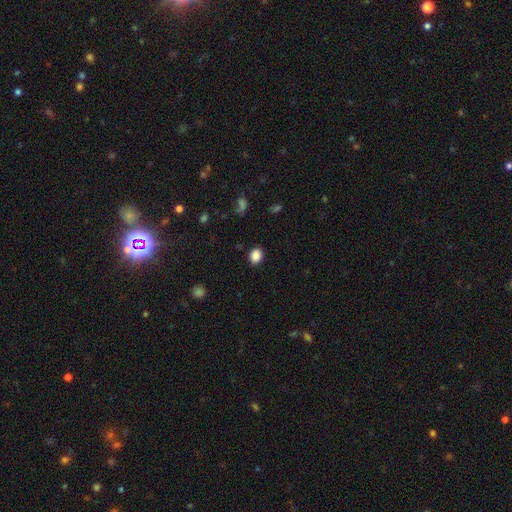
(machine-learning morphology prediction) Smooth or featured: smooth — 87% (star or artifact — 9%)
How rounded: in between — 52% (round — 47%)
Merging: none — 88% (minor disturbance — 8%)